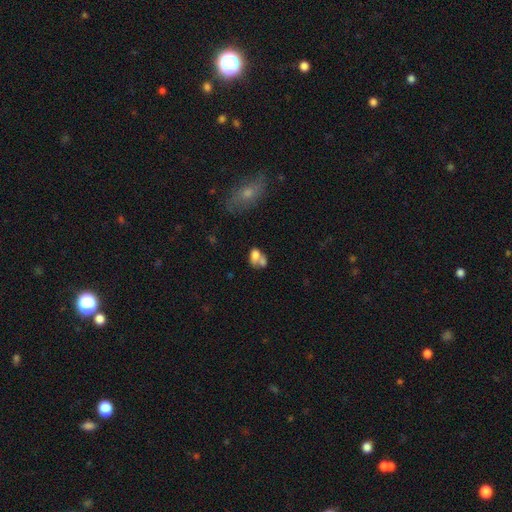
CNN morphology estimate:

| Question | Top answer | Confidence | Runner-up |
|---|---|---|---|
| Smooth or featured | smooth | 71% | featured or disk (19%) |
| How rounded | in between | 77% | round (21%) |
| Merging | merger | 57% | none (25%) |